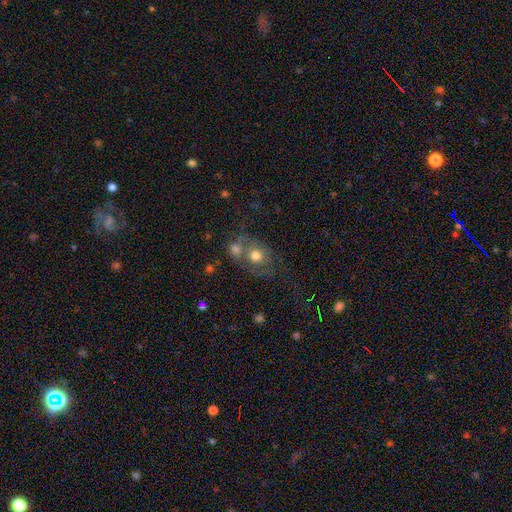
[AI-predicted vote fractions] Smooth or featured?
  - smooth: 62% *
  - featured or disk: 27%
  - star or artifact: 12%
How rounded?
  - round: 68% *
  - in between: 30%
  - cigar-shaped: 1%
Merging?
  - merger: 40% *
  - none: 36%
  - minor disturbance: 13%
  - major disturbance: 10%